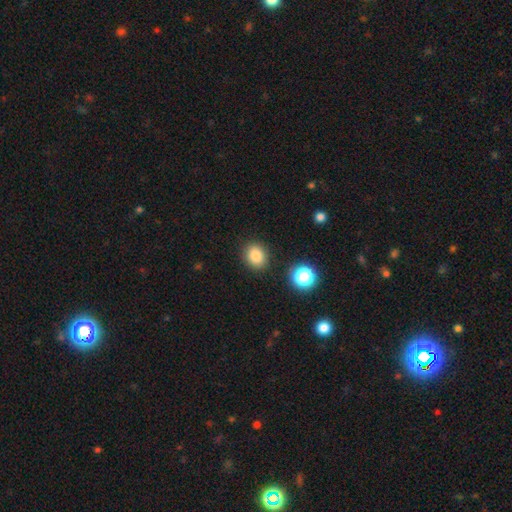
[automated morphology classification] type=smooth (84%); roundness=round (60%); merging=none (87%).